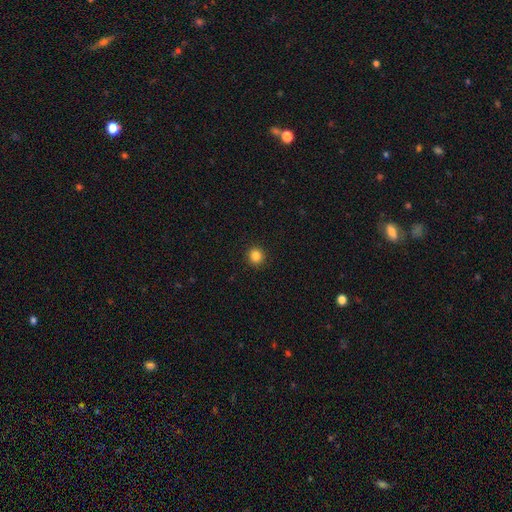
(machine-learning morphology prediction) Smooth or featured?
  - smooth: 85% *
  - star or artifact: 11%
  - featured or disk: 4%
How rounded?
  - round: 91% *
  - in between: 8%
  - cigar-shaped: 1%
Merging?
  - none: 93% *
  - minor disturbance: 5%
  - major disturbance: 2%
  - merger: 1%